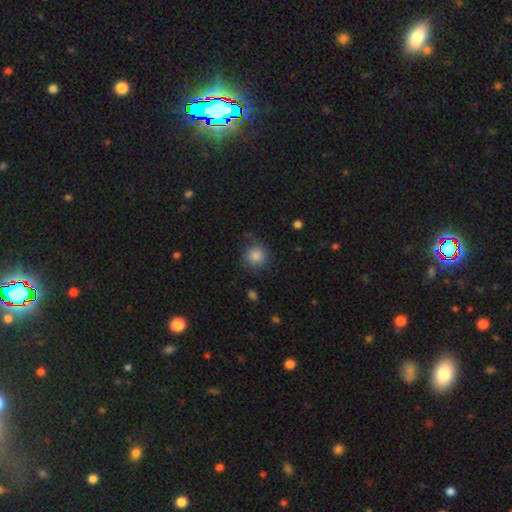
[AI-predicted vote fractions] Smooth or featured? smooth (84%)
How rounded? round (92%)
Merging? none (76%)